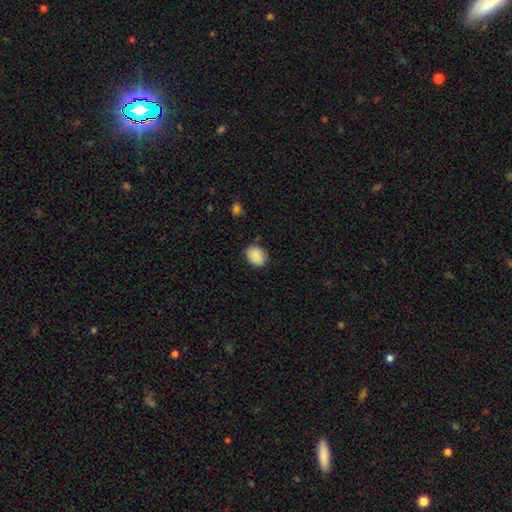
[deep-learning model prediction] A smooth galaxy with no disk features (89%) that is in between round and cigar-shaped (56%).

Vote fractions:
- Smooth or featured? smooth: 89% / star or artifact: 7% / featured or disk: 4%
- How rounded? in between: 56% / round: 43% / cigar-shaped: 1%
- Merging? none: 78% / minor disturbance: 17% / major disturbance: 3% / merger: 2%